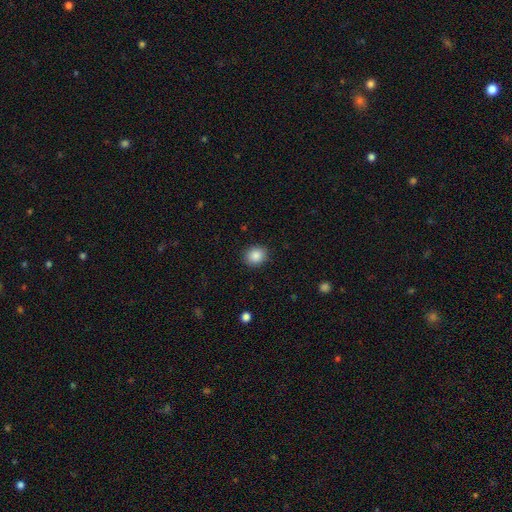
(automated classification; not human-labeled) Morphology: type=smooth (88%); roundness=round (73%); merging=none (90%).